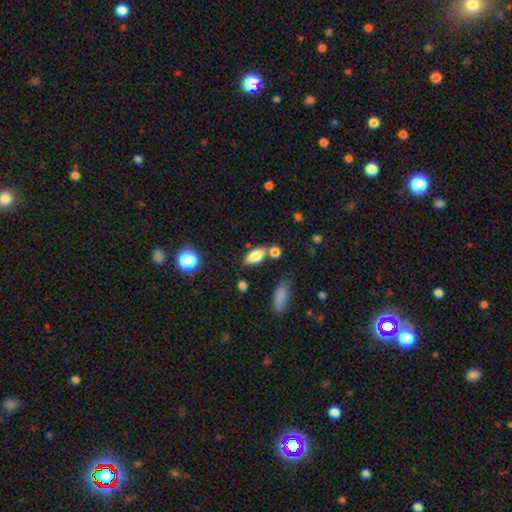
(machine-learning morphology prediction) Smooth or featured? smooth (80%)
How rounded? in between (87%)
Merging? none (65%)